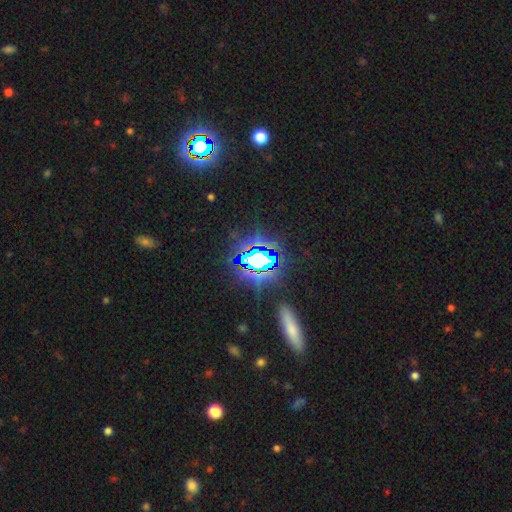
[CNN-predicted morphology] The model was most divided on "smooth or featured": star or artifact: 73%, smooth: 16%, featured or disk: 11%.